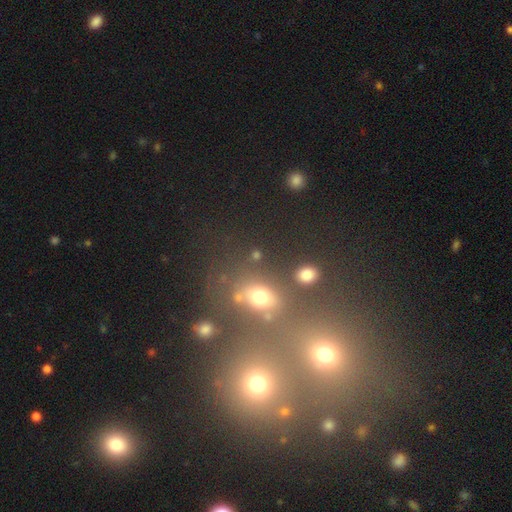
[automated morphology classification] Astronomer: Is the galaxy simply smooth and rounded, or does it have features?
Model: smooth — 59%.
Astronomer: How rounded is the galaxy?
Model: in between — 51% (runner-up: round, 45%).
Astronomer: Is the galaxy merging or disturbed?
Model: none — 64%.